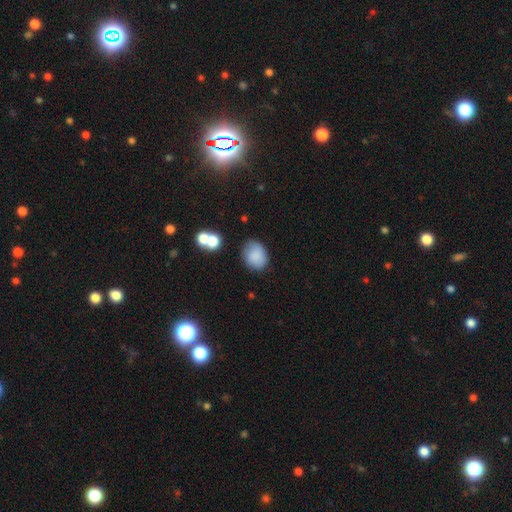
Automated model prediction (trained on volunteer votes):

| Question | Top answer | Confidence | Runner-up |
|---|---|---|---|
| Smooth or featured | smooth | 83% | star or artifact (9%) |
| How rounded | in between | 51% | round (48%) |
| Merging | none | 73% | minor disturbance (18%) |